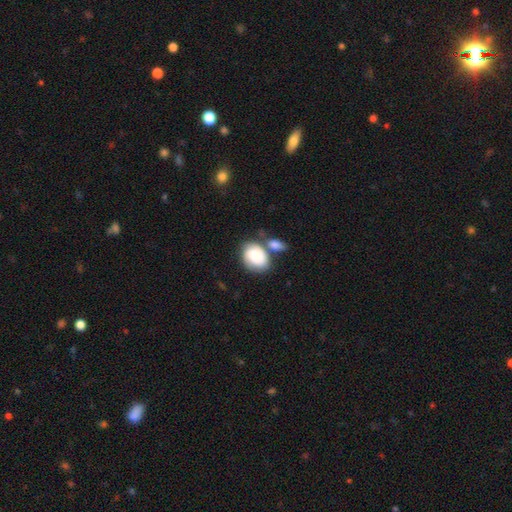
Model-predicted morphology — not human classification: This is possibly a smooth galaxy (51%). How rounded: likely in between (67%). Merging: marginally none (40%).